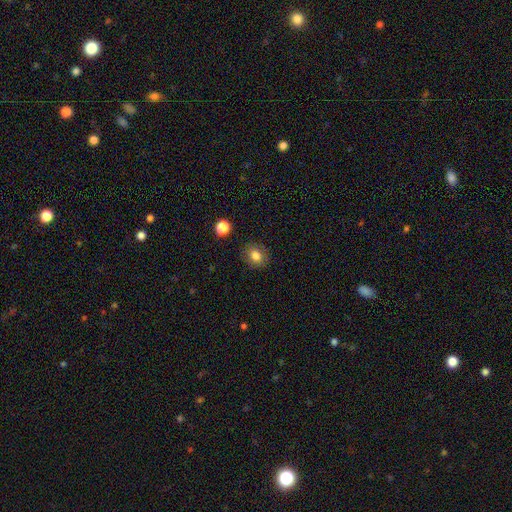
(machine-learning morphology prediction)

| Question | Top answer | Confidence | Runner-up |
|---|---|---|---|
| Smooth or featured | smooth | 81% | star or artifact (10%) |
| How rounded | round | 66% | in between (33%) |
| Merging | none | 86% | minor disturbance (9%) |